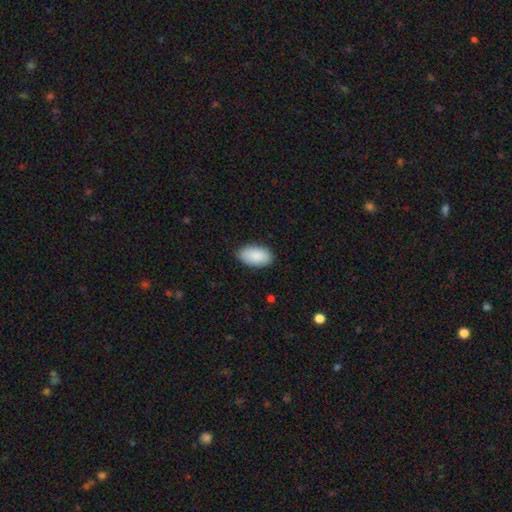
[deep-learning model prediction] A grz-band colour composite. It shows a smooth galaxy with no disk features (90%) that is in between round and cigar-shaped (95%). Merging: none (84%).